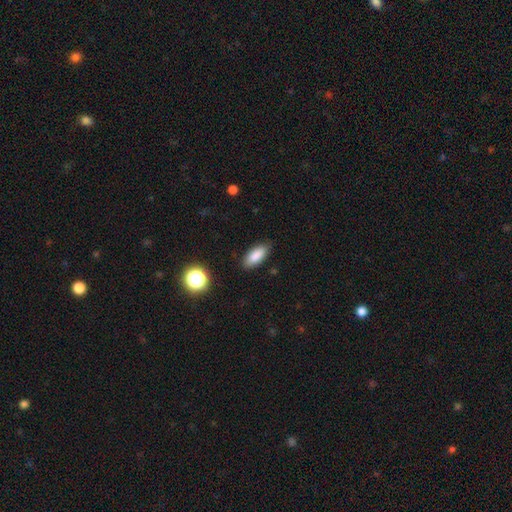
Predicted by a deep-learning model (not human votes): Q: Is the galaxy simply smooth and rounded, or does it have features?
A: smooth — 85%.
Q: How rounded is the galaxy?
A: in between — 83%.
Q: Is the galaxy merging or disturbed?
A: none — 87%.